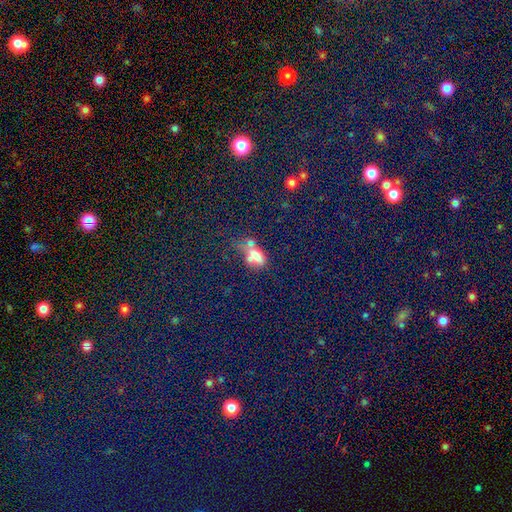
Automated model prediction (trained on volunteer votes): Smooth or featured?
  - smooth: 56% *
  - star or artifact: 24%
  - featured or disk: 20%
How rounded?
  - in between: 74% *
  - round: 16%
  - cigar-shaped: 11%
Merging?
  - merger: 38% *
  - none: 27%
  - major disturbance: 18%
  - minor disturbance: 17%